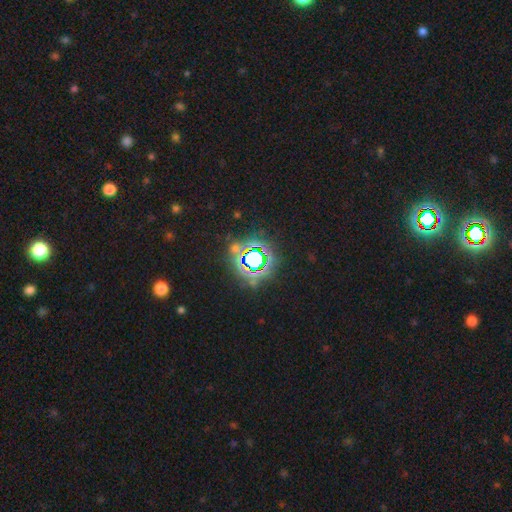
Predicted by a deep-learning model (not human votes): A star or artifact, not a galaxy (82%).